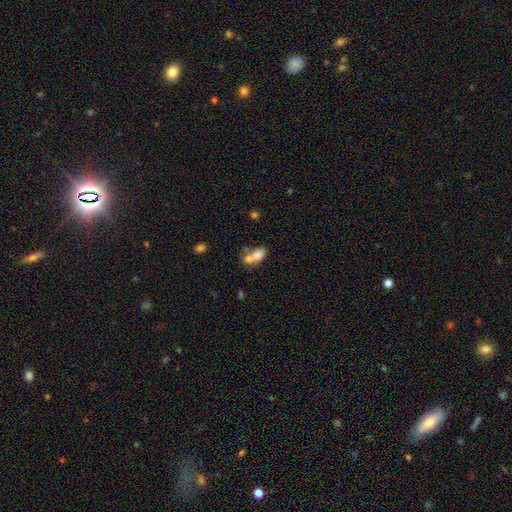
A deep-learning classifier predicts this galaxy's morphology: The model was most divided on "merging": merger: 61%, none: 25%, minor disturbance: 9%, major disturbance: 6%. More confident: how rounded — in between (81%); smooth or featured — smooth (74%).